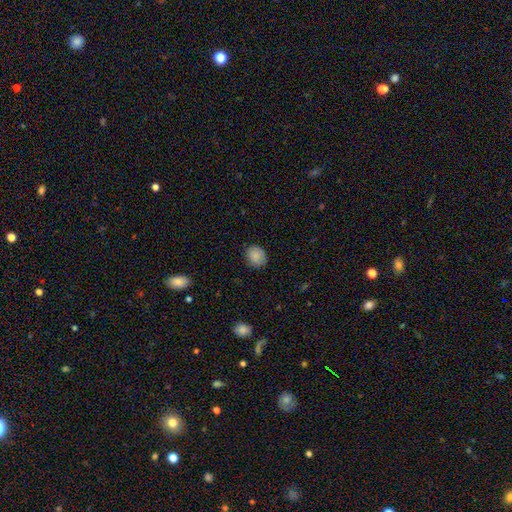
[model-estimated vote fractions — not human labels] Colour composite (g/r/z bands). It shows a smooth galaxy with no disk features (86%) that is round (63%). Merging: none (82%).